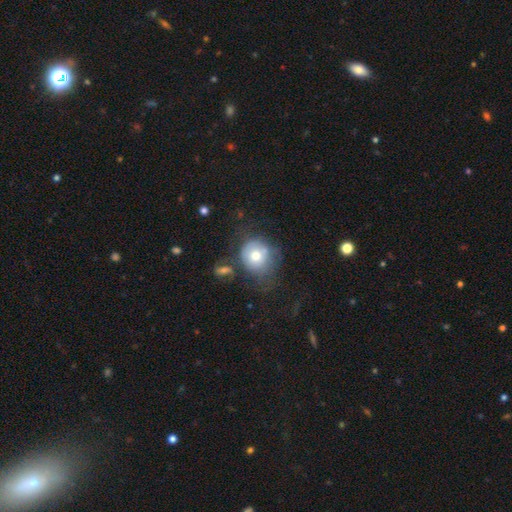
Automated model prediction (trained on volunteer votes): A smooth galaxy with no disk features (66%) that is round (81%).

Vote fractions:
- Smooth or featured? smooth: 66% / featured or disk: 24% / star or artifact: 10%
- How rounded? round: 81% / in between: 18% / cigar-shaped: 1%
- Merging? none: 48% / minor disturbance: 23% / major disturbance: 17% / merger: 12%